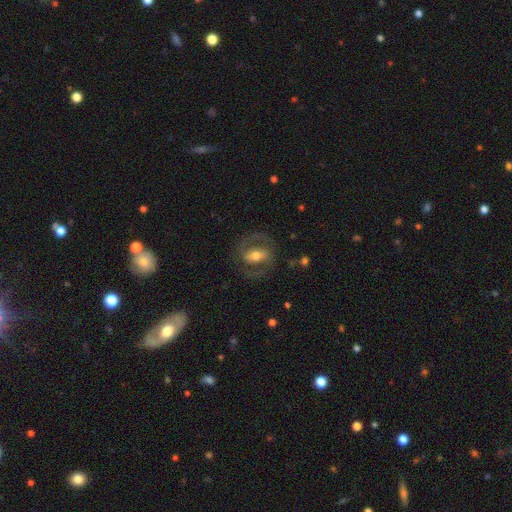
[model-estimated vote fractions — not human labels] This is likely a featured or disk galaxy (74%). It is clearly not viewed edge-on (95%). Bar: marginally strong (42%). Spiral arm pattern: likely yes (77%). Spiral arm count: clearly 2 (87%). Spiral winding: possibly medium (54%). Central bulge: likely moderate (65%). Merging: likely none (74%).